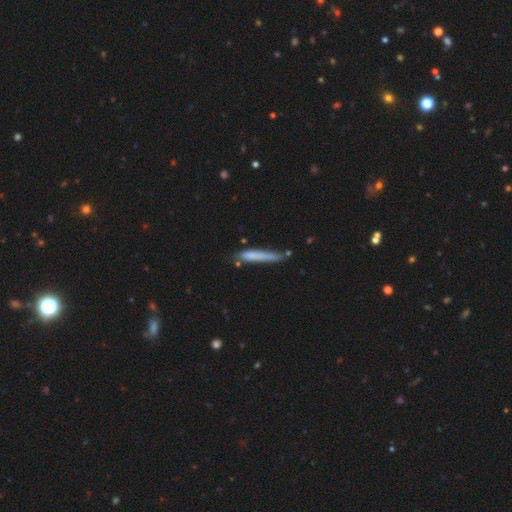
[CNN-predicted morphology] type=smooth (71%); roundness=cigar-shaped (94%); merging=none (68%).